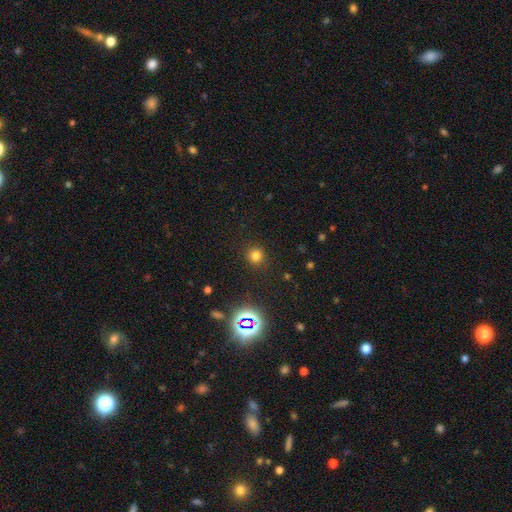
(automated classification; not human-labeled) This appears to be a smooth galaxy with no disk features (74%) that is round (92%). Merging: none (90%).